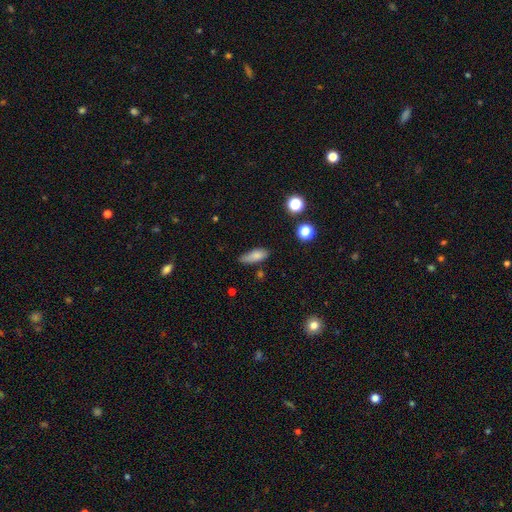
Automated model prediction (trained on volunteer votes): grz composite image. It shows a smooth galaxy with no disk features (81%) that is in between round and cigar-shaped (72%). Merging: none (58%).